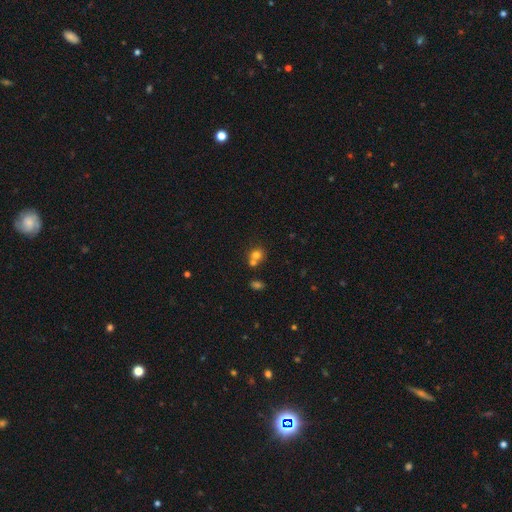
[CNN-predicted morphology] A smooth galaxy with no disk features (74%) that is round (71%).

Vote fractions:
- Smooth or featured? smooth: 74% / star or artifact: 14% / featured or disk: 12%
- How rounded? round: 71% / in between: 28% / cigar-shaped: 1%
- Merging? merger: 48% / none: 40% / minor disturbance: 8% / major disturbance: 4%